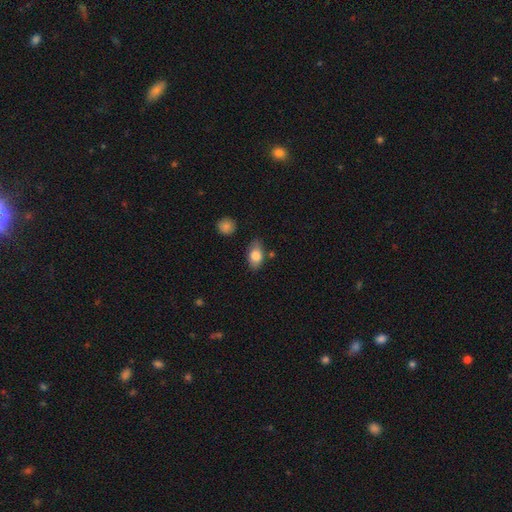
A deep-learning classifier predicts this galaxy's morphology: smooth-or-featured: smooth: 81% | featured or disk: 12% | star or artifact: 7%
  how-rounded: in between: 88% | round: 9% | cigar-shaped: 3%
  merging: none: 77% | minor disturbance: 16% | merger: 4% | major disturbance: 3%